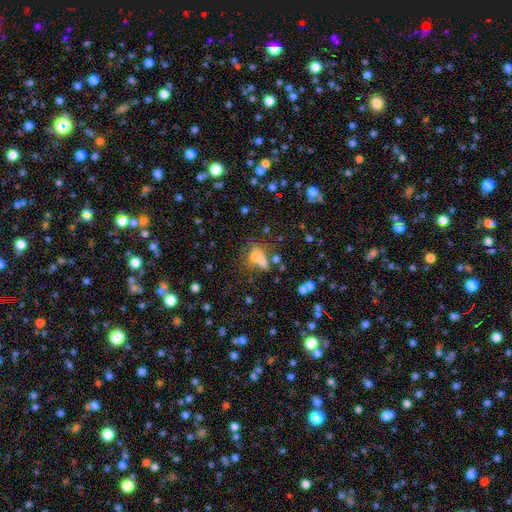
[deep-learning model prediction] Overall: smooth (52%; star or artifact 30%). How rounded: in between (53%; round 25%). Merging: none (46%; merger 22%).